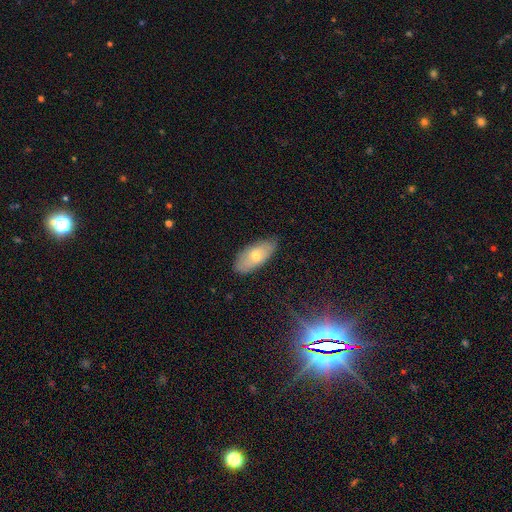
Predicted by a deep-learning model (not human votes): smooth 64%, featured or disk 29%, star or artifact 7%. Down the decision tree: how rounded — in between (87%); merging — none (79%).